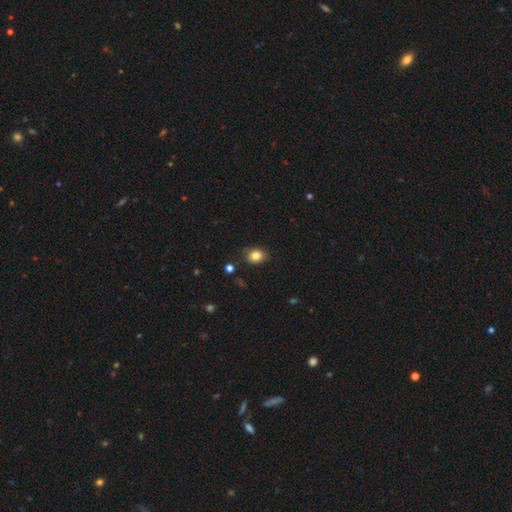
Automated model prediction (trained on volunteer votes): Q: Smooth or featured?
A: smooth (82%); runner-up: star or artifact (10%)
Q: How rounded?
A: in between (52%); runner-up: round (47%)
Q: Merging?
A: none (79%); runner-up: minor disturbance (16%)